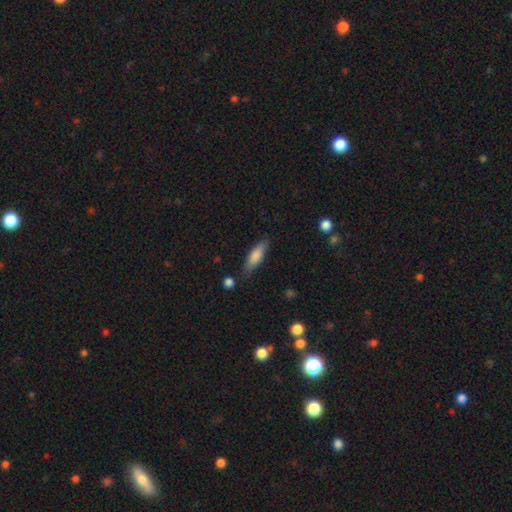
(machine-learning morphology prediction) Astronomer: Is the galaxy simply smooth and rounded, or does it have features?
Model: smooth — 80%.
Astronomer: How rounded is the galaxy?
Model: cigar-shaped — 53% (runner-up: in between, 45%).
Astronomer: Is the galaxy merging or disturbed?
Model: none — 78%.